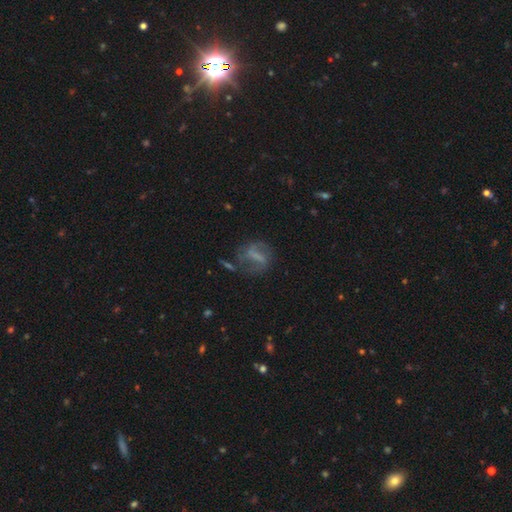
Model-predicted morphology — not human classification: The model was most divided on "bar": weak: 41%, strong: 36%, no: 23%. More confident: edge-on disk — no (96%); spiral arms — yes (74%); smooth or featured — featured or disk (60%); merging — none (53%); bulge size — none (51%).